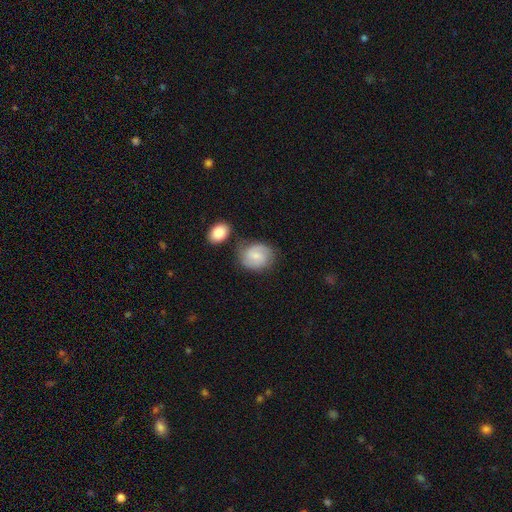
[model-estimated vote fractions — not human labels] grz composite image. It shows a smooth galaxy with no disk features (56%) that is round (60%). Merging: none (65%).